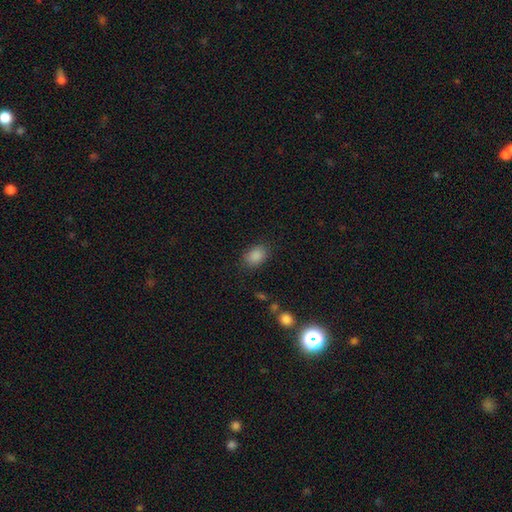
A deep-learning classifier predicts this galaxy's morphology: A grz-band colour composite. It shows a smooth galaxy with no disk features (87%) that is in between round and cigar-shaped (75%). Merging: none (81%).